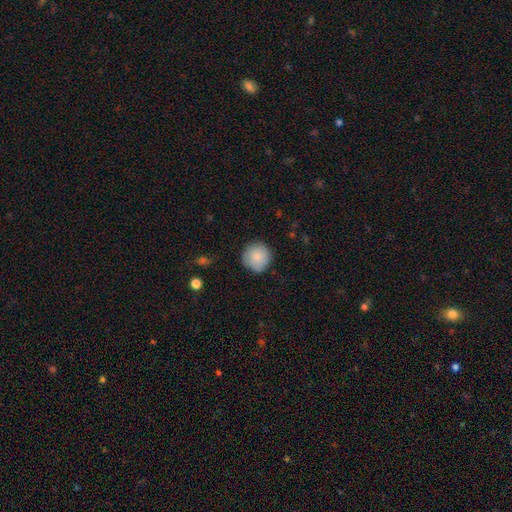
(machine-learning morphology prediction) The model was most divided on "merging": none: 85%, minor disturbance: 11%, major disturbance: 2%, merger: 1%. More confident: how rounded — round (94%); smooth or featured — smooth (85%).